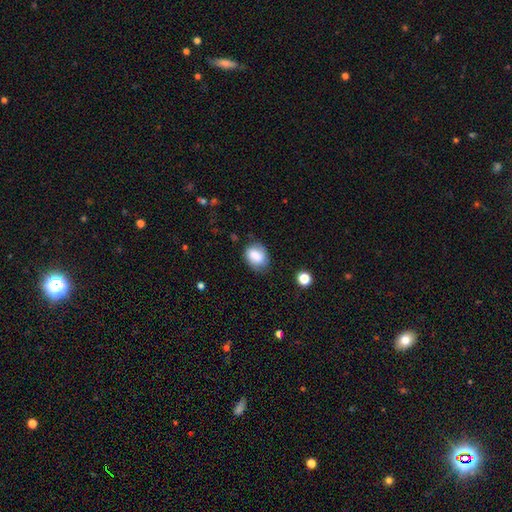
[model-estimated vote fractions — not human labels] smooth 78%, featured or disk 13%, star or artifact 8%. Down the decision tree: how rounded — in between (65%); merging — none (67%).